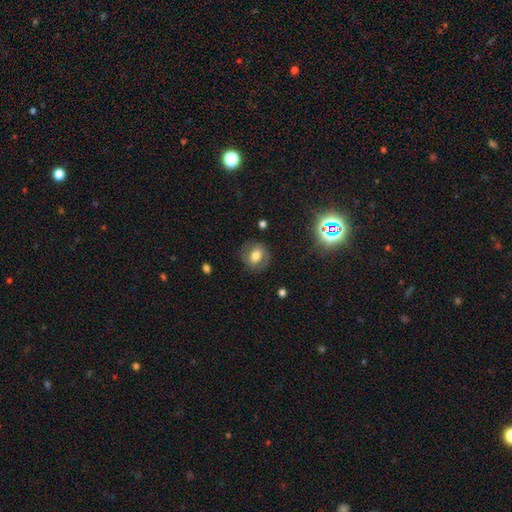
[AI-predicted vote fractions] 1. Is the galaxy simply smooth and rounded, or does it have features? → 54% smooth, 33% featured or disk, 13% star or artifact.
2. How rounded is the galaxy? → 67% round, 32% in between, 1% cigar-shaped.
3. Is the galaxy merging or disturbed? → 80% none, 13% minor disturbance, 6% major disturbance, 1% merger.